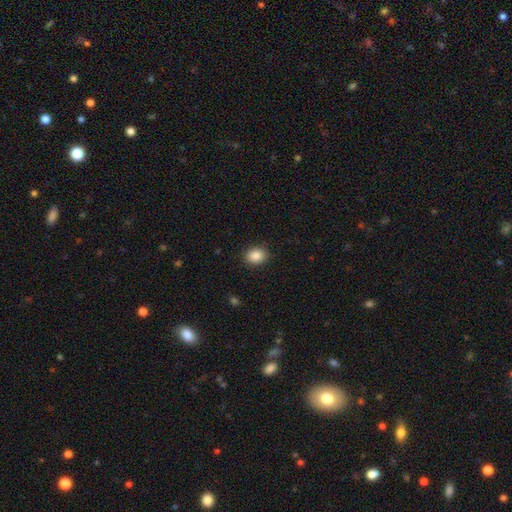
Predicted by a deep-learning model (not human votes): This appears to be a smooth galaxy with no disk features (87%) that is in between round and cigar-shaped (52%). Merging: none (90%).